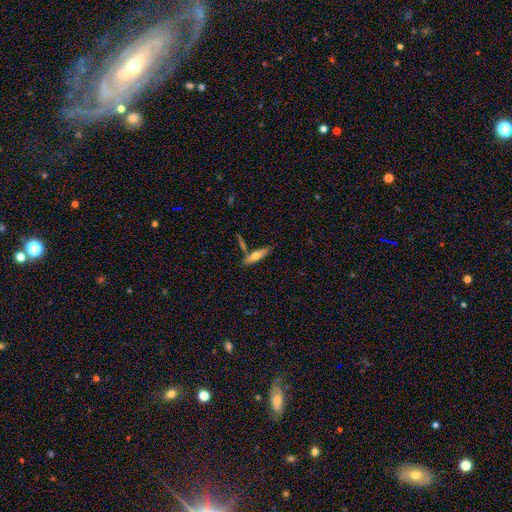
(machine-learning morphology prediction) smooth 54%, featured or disk 40%, star or artifact 6%. Down the decision tree: how rounded — cigar-shaped (63%); merging — none (70%).